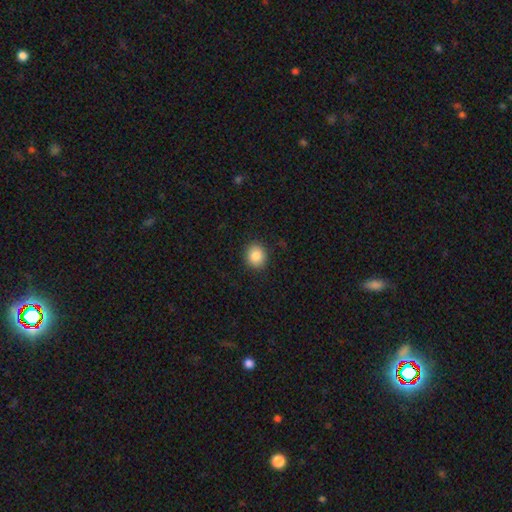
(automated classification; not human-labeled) Smooth or featured? smooth (86%)
How rounded? round (75%)
Merging? none (91%)